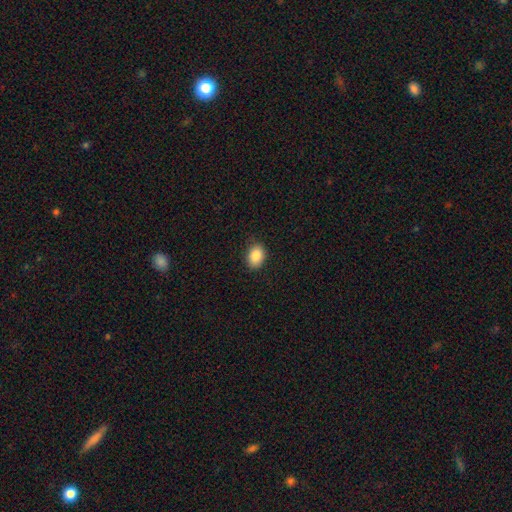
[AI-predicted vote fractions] smooth_or_featured: smooth (p=0.87) [alt: star or artifact p=0.08]
how_rounded: in between (p=0.76) [alt: round p=0.23]
merging: none (p=0.85) [alt: minor disturbance p=0.12]